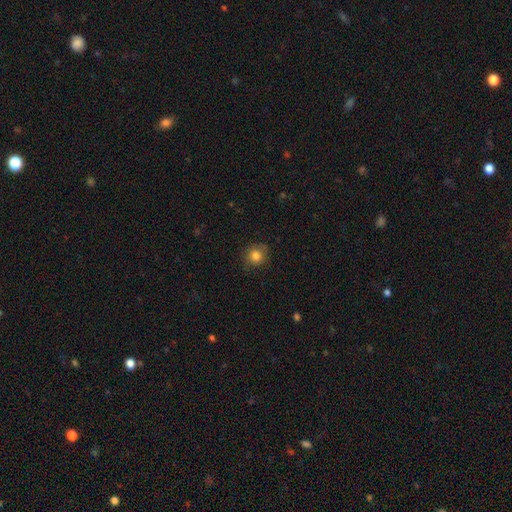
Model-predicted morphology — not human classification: A smooth galaxy with no disk features (82%) that is round (88%). Merging: none (80%).